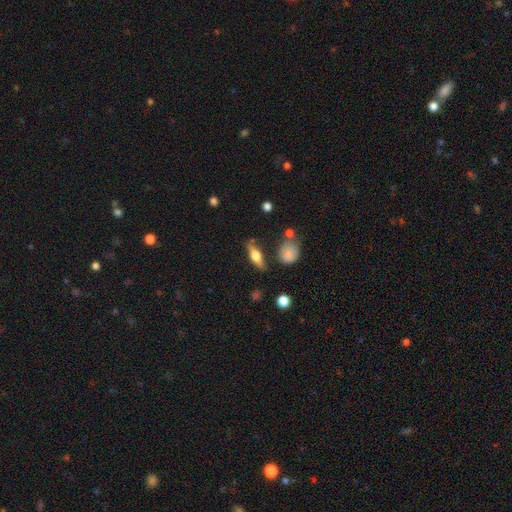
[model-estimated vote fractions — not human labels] Smooth or featured?
  - featured or disk: 49% *
  - smooth: 43%
  - star or artifact: 8%
Merging?
  - none: 77% *
  - minor disturbance: 14%
  - major disturbance: 5%
  - merger: 5%